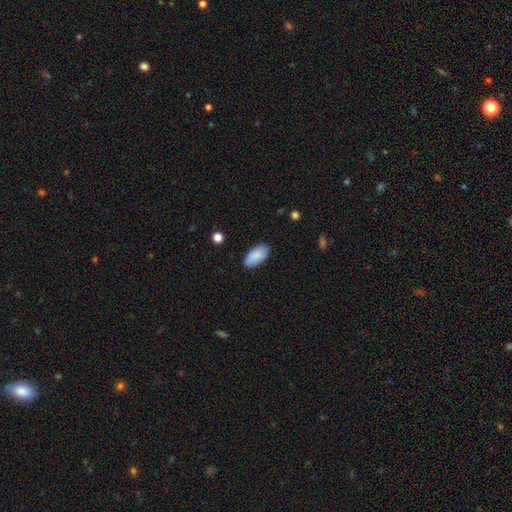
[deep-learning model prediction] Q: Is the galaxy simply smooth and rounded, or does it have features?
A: smooth — 86%.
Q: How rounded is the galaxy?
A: in between — 95%.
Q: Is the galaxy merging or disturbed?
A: none — 84%.